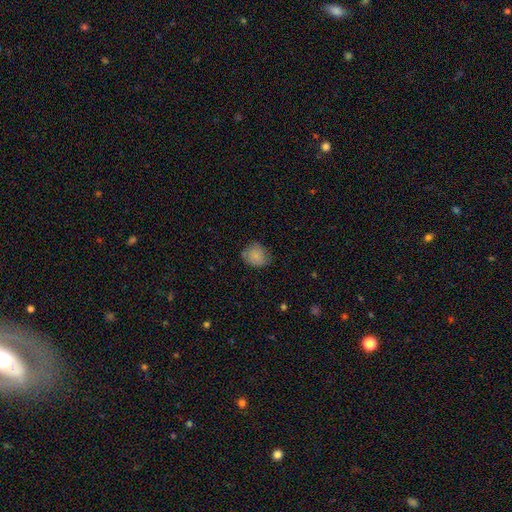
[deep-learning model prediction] This is clearly a smooth galaxy (81%). How rounded: likely round (65%). Merging: likely none (67%).